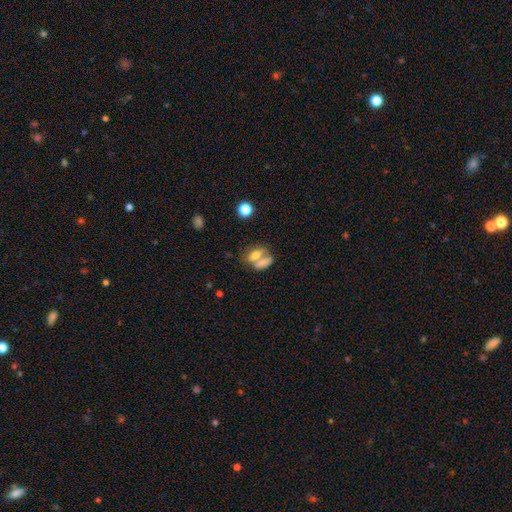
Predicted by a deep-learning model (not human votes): Smooth or featured: smooth — 68% (featured or disk — 22%)
How rounded: in between — 71% (round — 18%)
Merging: merger — 51% (none — 34%)